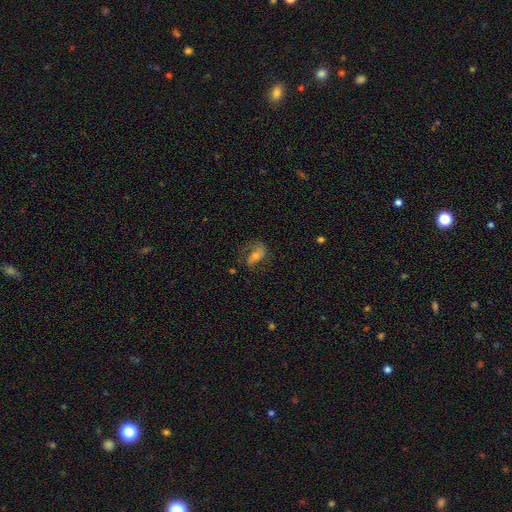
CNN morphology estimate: smooth_or_featured: featured or disk (p=0.63) [alt: smooth p=0.27]
disk_edge_on: no (p=0.95) [alt: yes p=0.05]
bar: no (p=0.48) [alt: weak p=0.33]
has_spiral_arms: yes (p=0.86) [alt: no p=0.14]
spiral_winding: loose (p=0.47) [alt: medium p=0.37]
spiral_arm_count: 2 (p=0.75) [alt: 1 p=0.13]
bulge_size: small (p=0.46) [alt: moderate p=0.45]
merging: none (p=0.58) [alt: minor disturbance p=0.21]